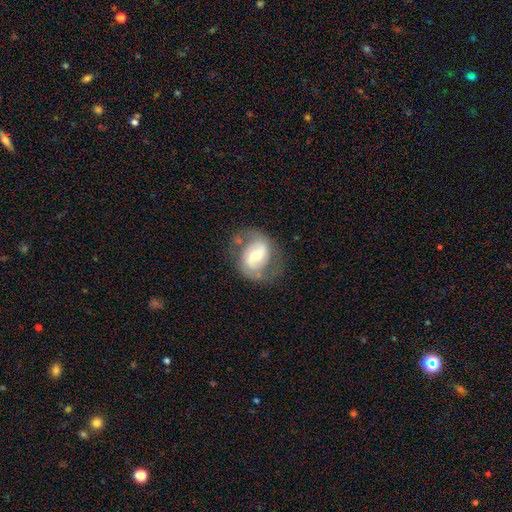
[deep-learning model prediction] Smooth or featured: featured or disk — 74% (smooth — 20%)
Edge-on disk: no — 97% (yes — 3%)
Bar: weak — 43% (no — 34%)
Spiral arms: yes — 86% (no — 14%)
Spiral winding: medium — 48% (tight — 26%)
Spiral arm count: 2 — 84% (can't tell — 9%)
Bulge size: moderate — 60% (small — 30%)
Merging: none — 62% (minor disturbance — 21%)